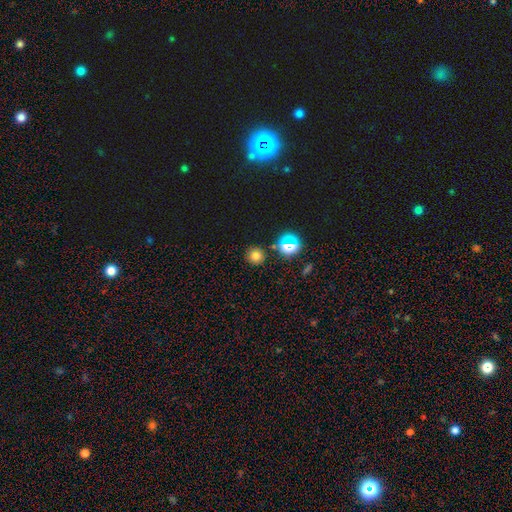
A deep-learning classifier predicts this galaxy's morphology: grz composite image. It shows a smooth galaxy with no disk features (71%) that is round (94%). Merging: none (88%).